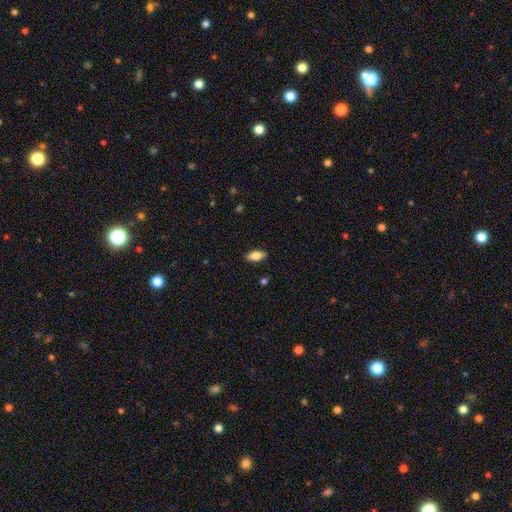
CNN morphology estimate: smooth-or-featured: smooth: 83% | featured or disk: 10% | star or artifact: 7%
  how-rounded: in between: 87% | cigar-shaped: 10% | round: 3%
  merging: none: 88% | minor disturbance: 9% | major disturbance: 2% | merger: 1%